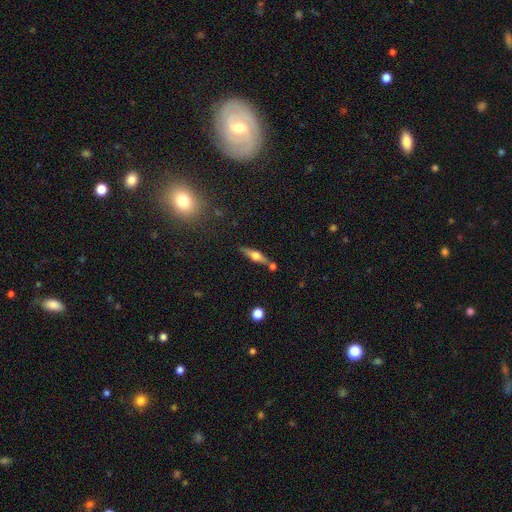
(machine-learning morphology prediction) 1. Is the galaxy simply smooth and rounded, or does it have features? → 59% featured or disk, 33% smooth, 8% star or artifact.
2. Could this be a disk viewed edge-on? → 94% yes, 6% no.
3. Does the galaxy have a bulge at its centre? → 92% rounded, 6% boxy, 3% none.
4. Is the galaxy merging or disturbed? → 74% none, 12% minor disturbance, 11% merger, 3% major disturbance.